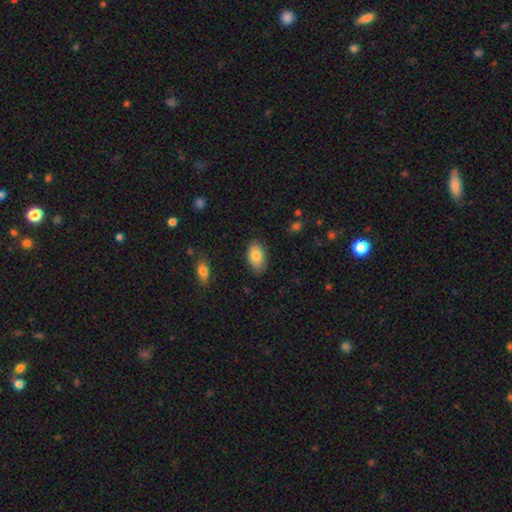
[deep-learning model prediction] Smooth or featured? smooth (83%)
How rounded? in between (93%)
Merging? none (81%)